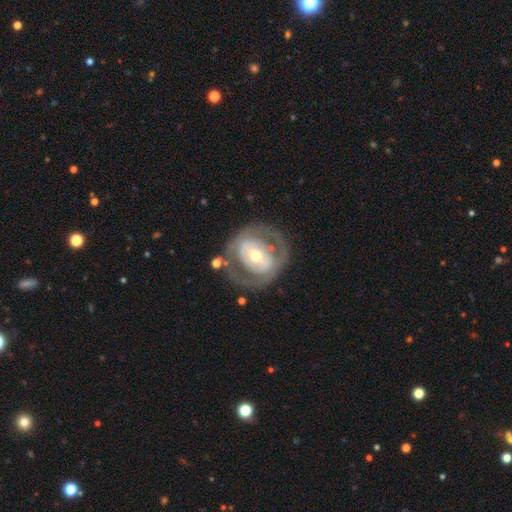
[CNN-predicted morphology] Q: Smooth or featured?
A: featured or disk (69%); runner-up: smooth (25%)
Q: Edge-on disk?
A: no (95%); runner-up: yes (5%)
Q: Bar?
A: no (46%); runner-up: weak (28%)
Q: Spiral arms?
A: no (64%); runner-up: yes (36%)
Q: Bulge size?
A: moderate (60%); runner-up: small (31%)
Q: Merging?
A: none (66%); runner-up: minor disturbance (15%)